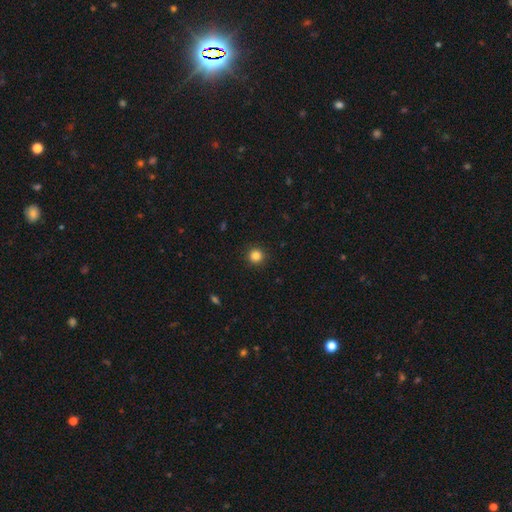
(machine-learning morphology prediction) Q: Smooth or featured?
A: smooth (85%); runner-up: star or artifact (12%)
Q: How rounded?
A: round (95%); runner-up: in between (4%)
Q: Merging?
A: none (92%); runner-up: minor disturbance (5%)